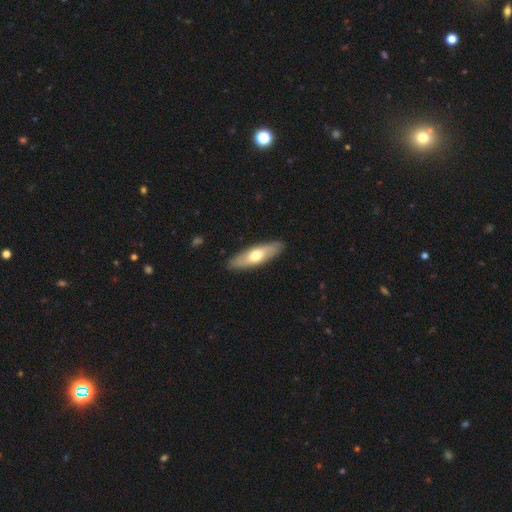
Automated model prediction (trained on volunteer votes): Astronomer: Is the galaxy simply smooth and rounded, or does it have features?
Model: smooth — 56% (runner-up: featured or disk, 40%).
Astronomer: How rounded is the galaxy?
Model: cigar-shaped — 57% (runner-up: in between, 41%).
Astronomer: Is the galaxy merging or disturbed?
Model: none — 88%.